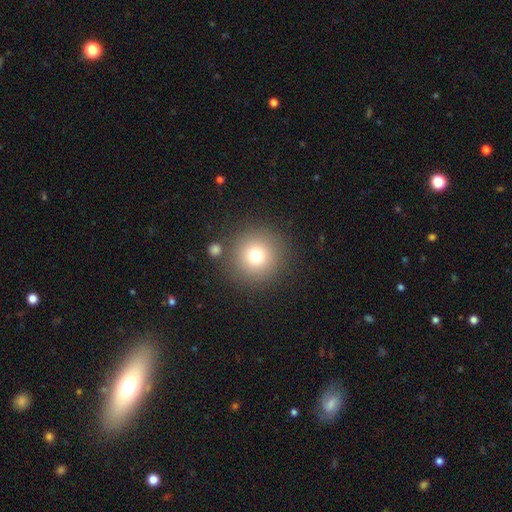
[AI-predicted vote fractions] The model was most divided on "smooth or featured": smooth: 75%, star or artifact: 14%, featured or disk: 12%. More confident: how rounded — round (95%); merging — none (84%).